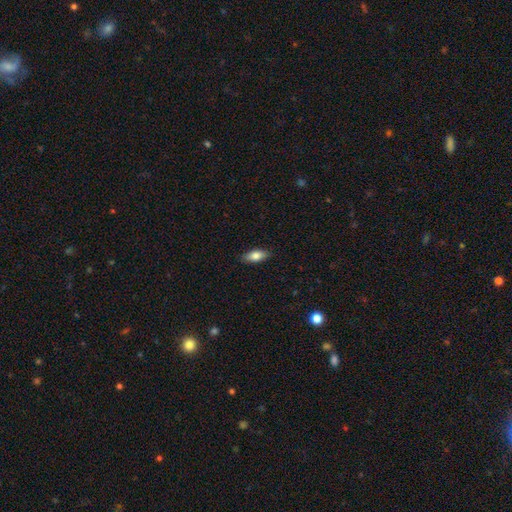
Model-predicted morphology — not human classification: Q: Smooth or featured?
A: smooth (79%); runner-up: featured or disk (14%)
Q: How rounded?
A: in between (81%); runner-up: cigar-shaped (16%)
Q: Merging?
A: none (87%); runner-up: minor disturbance (10%)